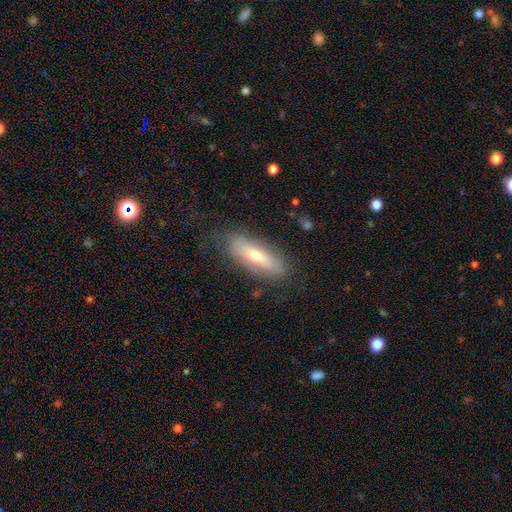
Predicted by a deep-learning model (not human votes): Smooth or featured? smooth (58%)
How rounded? in between (58%)
Merging? none (77%)